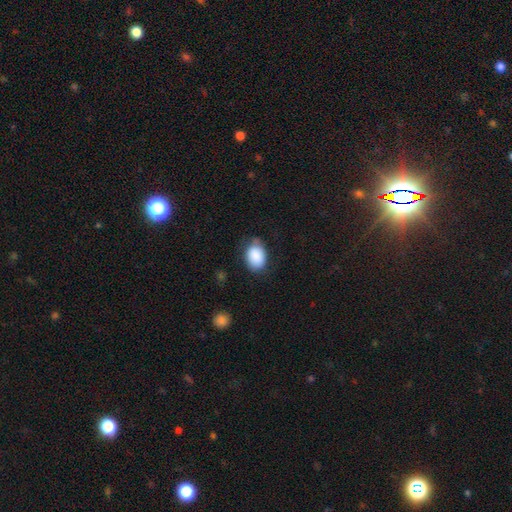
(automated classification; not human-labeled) A smooth galaxy with no disk features (88%) that is in between round and cigar-shaped (74%). Merging: none (68%).